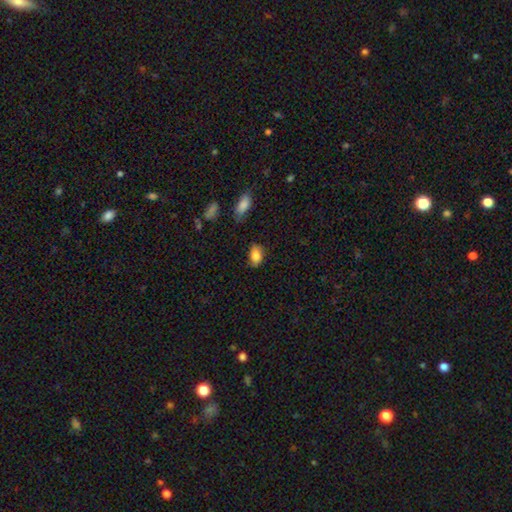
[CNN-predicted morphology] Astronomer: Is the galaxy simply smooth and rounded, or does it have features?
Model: smooth — 83%.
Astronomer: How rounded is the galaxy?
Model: in between — 85%.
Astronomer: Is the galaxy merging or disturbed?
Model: none — 75%.